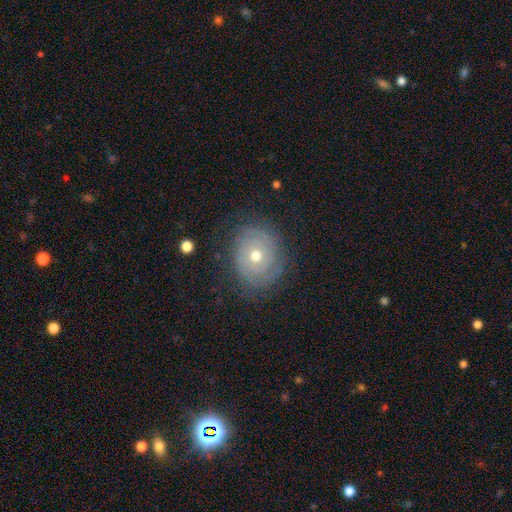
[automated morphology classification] smooth-or-featured: featured or disk: 74% | smooth: 17% | star or artifact: 9%
  disk-edge-on: no: 97% | yes: 3%
    bar: no: 86% | weak: 11% | strong: 3%
    has-spiral-arms: yes: 86% | no: 14%
      spiral-winding: tight: 81% | medium: 14% | loose: 5%
      spiral-arm-count: can't tell: 35% | 2: 34% | 3: 14% | 4: 6% | 1: 6% | more than 4: 5%
    bulge-size: moderate: 65% | small: 32% | large: 2% | dominant: 1% | none: 1%
  merging: none: 81% | minor disturbance: 13% | major disturbance: 5% | merger: 1%